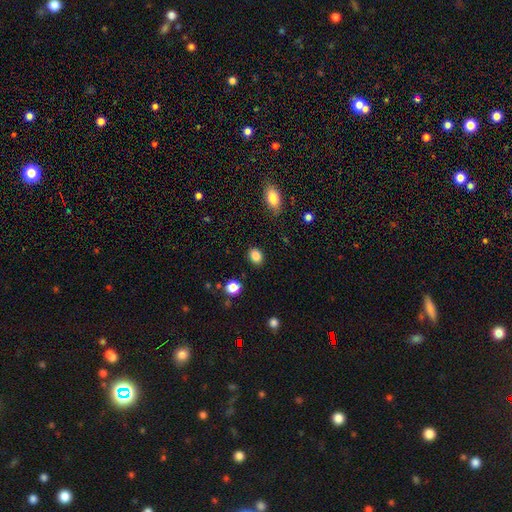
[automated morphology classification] This appears to be a smooth galaxy with no disk features (86%) that is in between round and cigar-shaped (58%). Merging: none (88%).